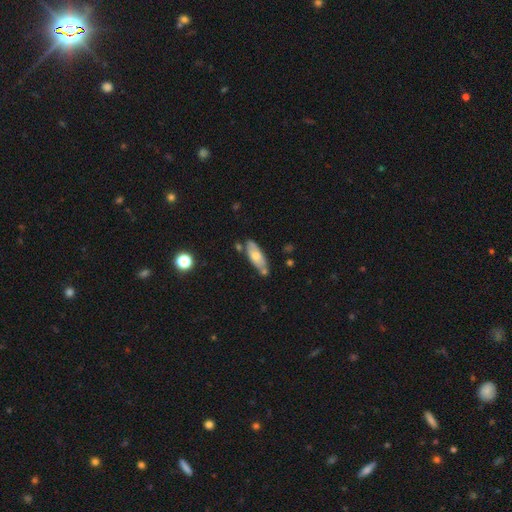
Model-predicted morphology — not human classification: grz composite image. It shows a smooth galaxy with no disk features (62%) that is in between round and cigar-shaped (68%). Merging: none (66%).